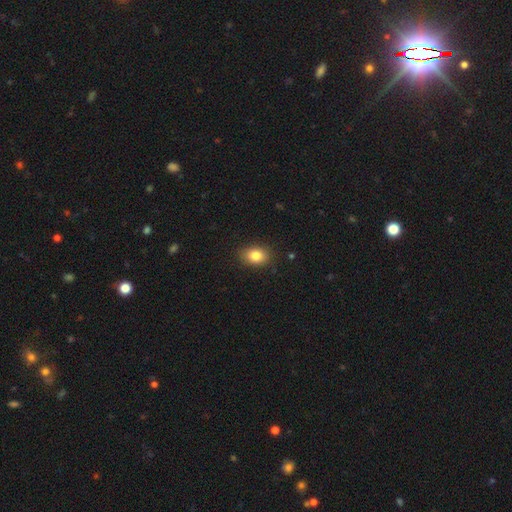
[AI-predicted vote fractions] This appears to be a smooth galaxy with no disk features (83%) that is in between round and cigar-shaped (72%). Merging: none (87%).